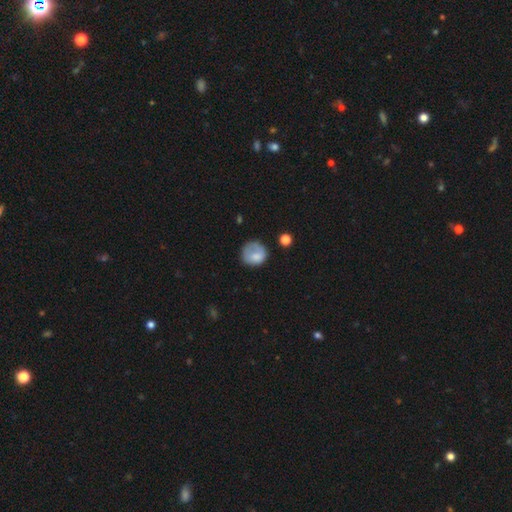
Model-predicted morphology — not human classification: Q: Smooth or featured?
A: smooth (76%); runner-up: featured or disk (16%)
Q: How rounded?
A: round (78%); runner-up: in between (21%)
Q: Merging?
A: none (53%); runner-up: minor disturbance (27%)